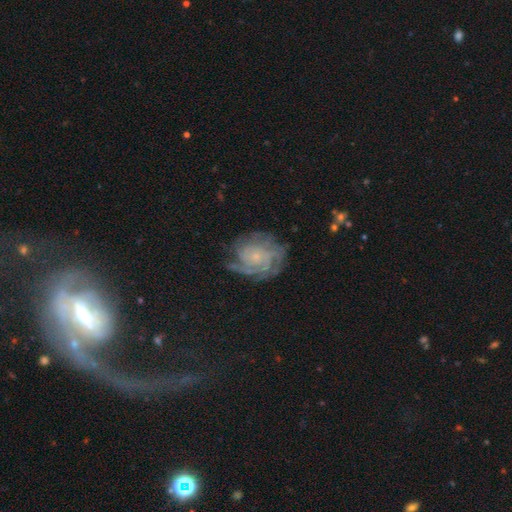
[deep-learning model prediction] The model was most divided on "spiral arm count": can't tell: 39%, 3: 19%, 4: 14%, 2: 14%, more than 4: 8%, 1: 7%. More confident: edge-on disk — no (97%); spiral arms — yes (93%); bar — no (76%); smooth or featured — featured or disk (75%); merging — none (71%); bulge size — small (70%); spiral winding — tight (67%).